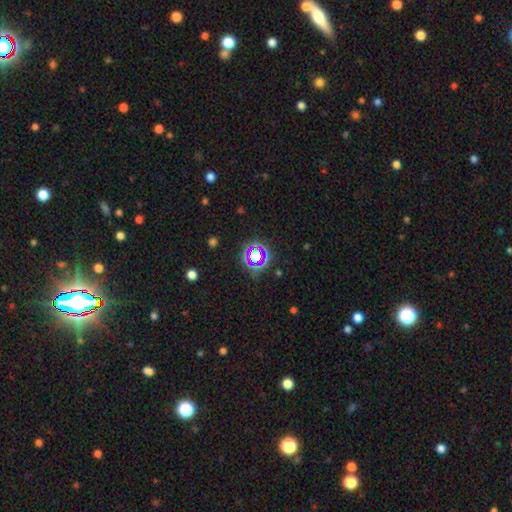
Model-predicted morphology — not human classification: The model was most divided on "smooth or featured": star or artifact: 62%, smooth: 26%, featured or disk: 12%.